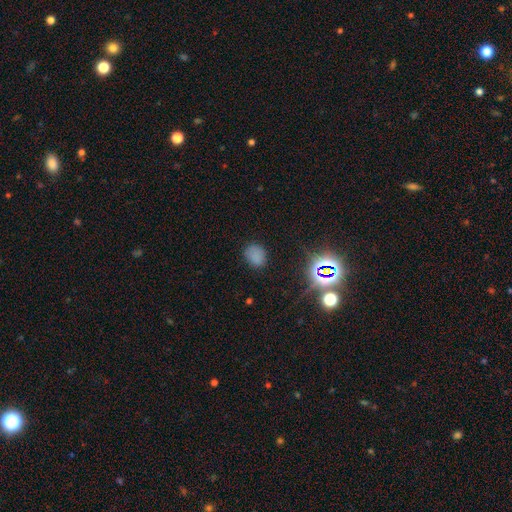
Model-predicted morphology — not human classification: Q: Smooth or featured?
A: smooth (72%); runner-up: star or artifact (22%)
Q: How rounded?
A: in between (59%); runner-up: round (39%)
Q: Merging?
A: none (78%); runner-up: minor disturbance (15%)